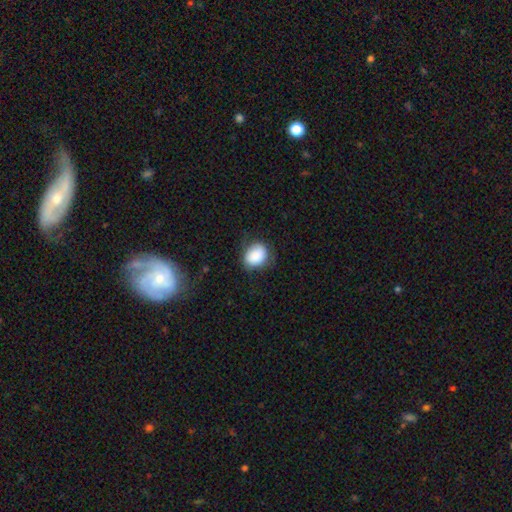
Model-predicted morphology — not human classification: smooth_or_featured: smooth (p=0.87) [alt: star or artifact p=0.08]
how_rounded: in between (p=0.55) [alt: round p=0.44]
merging: none (p=0.70) [alt: minor disturbance p=0.21]